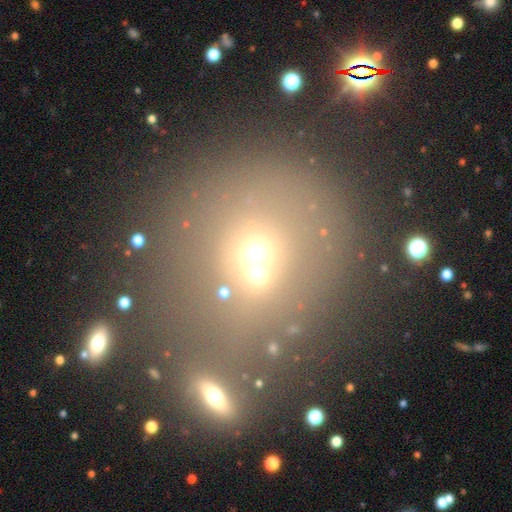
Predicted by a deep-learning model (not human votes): Smooth or featured?
  - smooth: 54% *
  - star or artifact: 29%
  - featured or disk: 17%
How rounded?
  - round: 87% *
  - in between: 12%
  - cigar-shaped: 1%
Merging?
  - none: 49% *
  - merger: 35%
  - minor disturbance: 9%
  - major disturbance: 7%